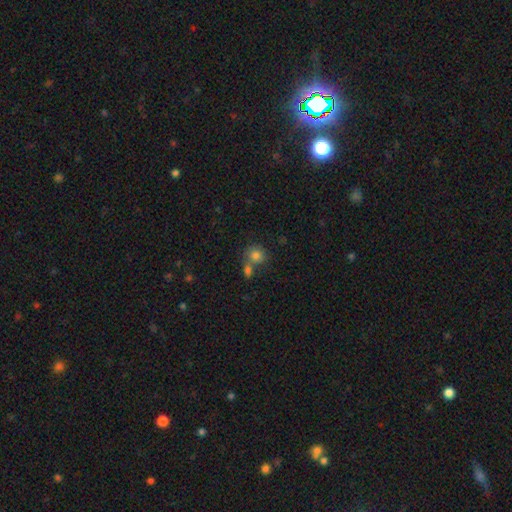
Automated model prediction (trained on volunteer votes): smooth 79%, star or artifact 11%, featured or disk 10%. Down the decision tree: how rounded — round (80%); merging — none (46%).